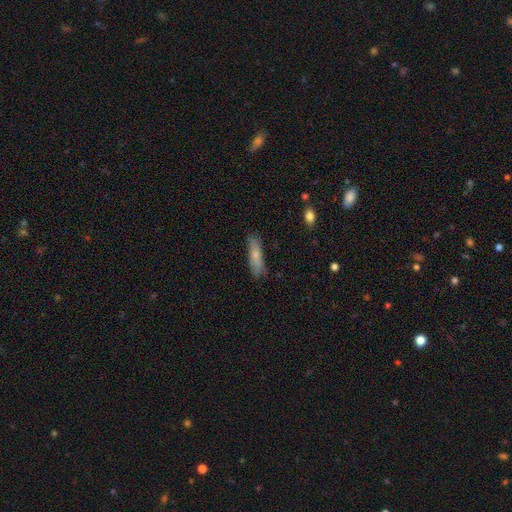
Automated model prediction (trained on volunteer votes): smooth 73%, featured or disk 20%, star or artifact 7%. Down the decision tree: how rounded — cigar-shaped (67%); merging — none (75%).